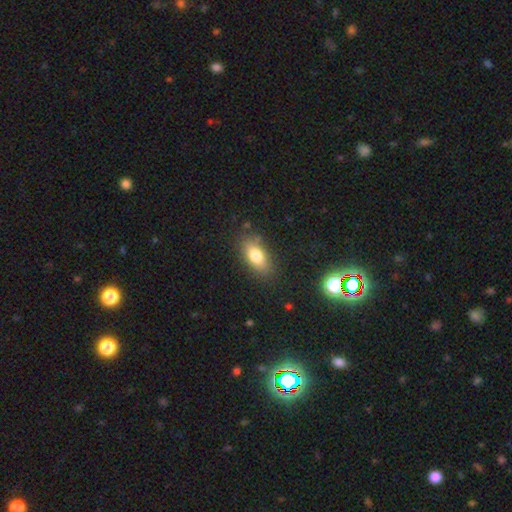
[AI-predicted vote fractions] Smooth or featured?
  - smooth: 75% *
  - featured or disk: 17%
  - star or artifact: 9%
How rounded?
  - in between: 82% *
  - cigar-shaped: 12%
  - round: 6%
Merging?
  - none: 81% *
  - minor disturbance: 13%
  - major disturbance: 3%
  - merger: 2%